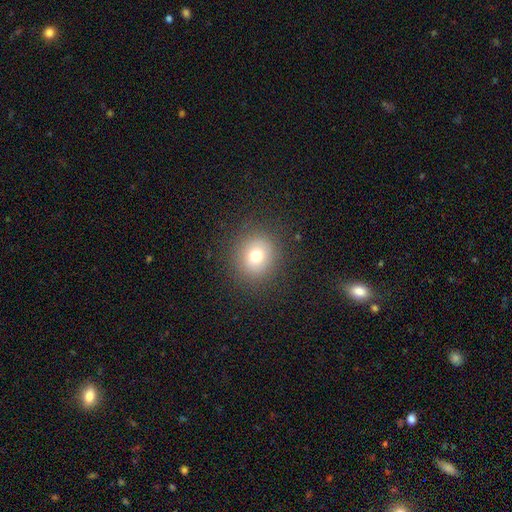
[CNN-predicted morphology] Smooth or featured?
  - smooth: 72% *
  - star or artifact: 14%
  - featured or disk: 14%
How rounded?
  - round: 85% *
  - in between: 14%
  - cigar-shaped: 1%
Merging?
  - none: 86% *
  - minor disturbance: 8%
  - major disturbance: 4%
  - merger: 1%